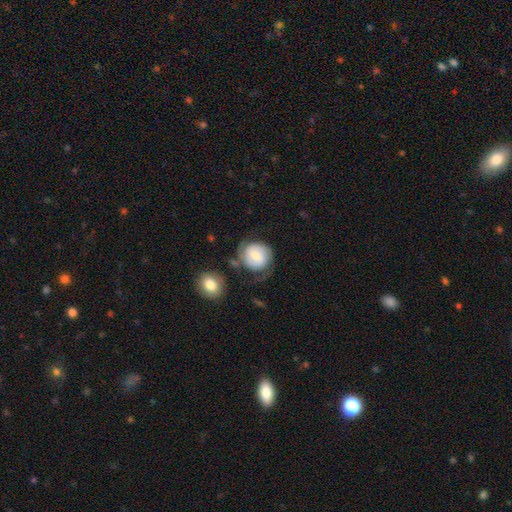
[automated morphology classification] smooth-or-featured: featured or disk: 47% | smooth: 46% | star or artifact: 7%
  merging: none: 55% | minor disturbance: 21% | major disturbance: 16% | merger: 9%